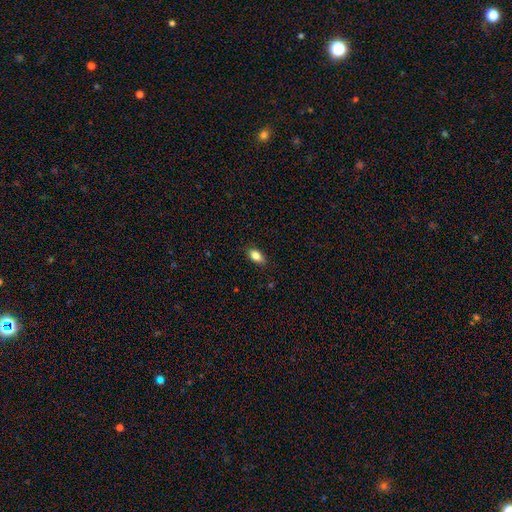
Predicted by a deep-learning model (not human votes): Q: Smooth or featured?
A: smooth (81%); runner-up: featured or disk (10%)
Q: How rounded?
A: in between (87%); runner-up: round (8%)
Q: Merging?
A: none (85%); runner-up: minor disturbance (12%)